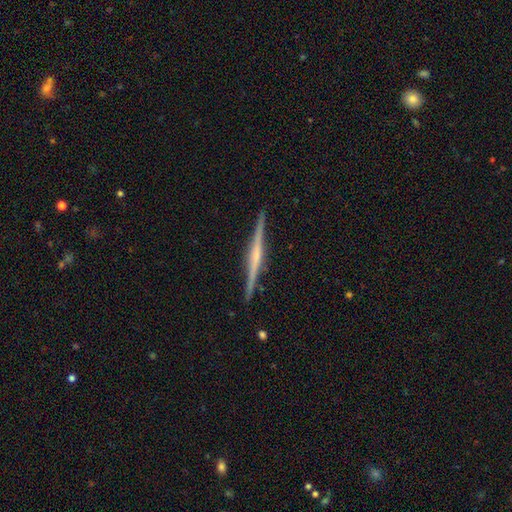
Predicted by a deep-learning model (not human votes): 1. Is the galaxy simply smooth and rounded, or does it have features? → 81% featured or disk, 13% smooth, 5% star or artifact.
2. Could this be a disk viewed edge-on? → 99% yes, 1% no.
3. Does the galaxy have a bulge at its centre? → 51% rounded, 26% none, 23% boxy.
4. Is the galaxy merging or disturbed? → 92% none, 6% minor disturbance, 1% major disturbance, 1% merger.